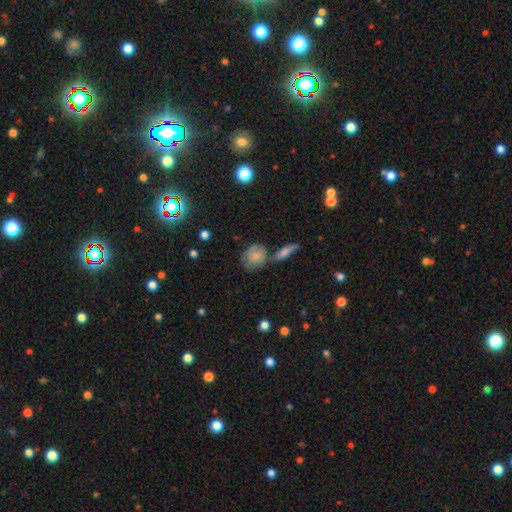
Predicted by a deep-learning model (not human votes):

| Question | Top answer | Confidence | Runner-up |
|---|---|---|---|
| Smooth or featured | smooth | 72% | featured or disk (20%) |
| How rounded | round | 56% | in between (41%) |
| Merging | none | 52% | merger (21%) |